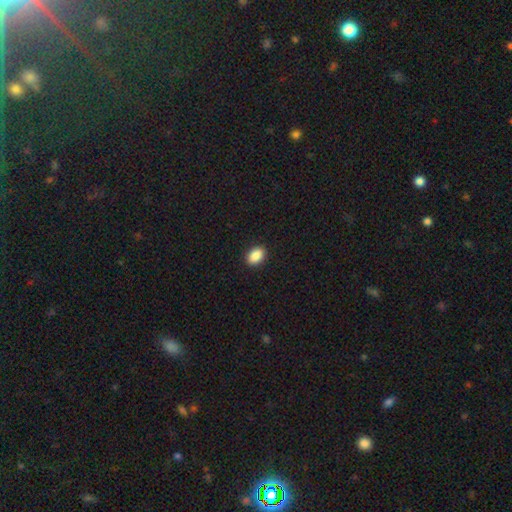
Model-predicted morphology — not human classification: A smooth galaxy with no disk features (89%) that is in between round and cigar-shaped (84%). Merging: none (91%).